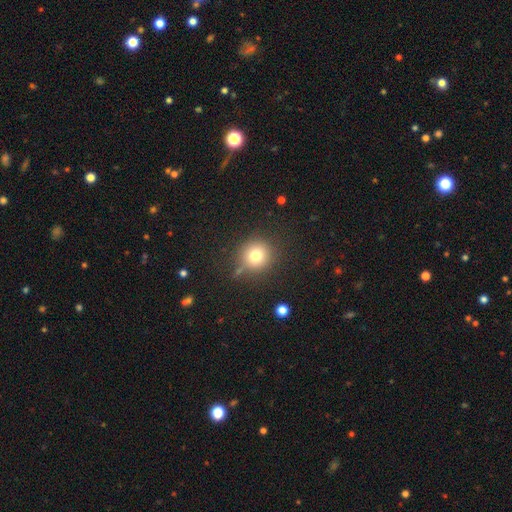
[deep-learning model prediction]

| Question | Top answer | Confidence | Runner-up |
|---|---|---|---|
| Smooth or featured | smooth | 77% | star or artifact (14%) |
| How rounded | round | 91% | in between (8%) |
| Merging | none | 81% | minor disturbance (11%) |